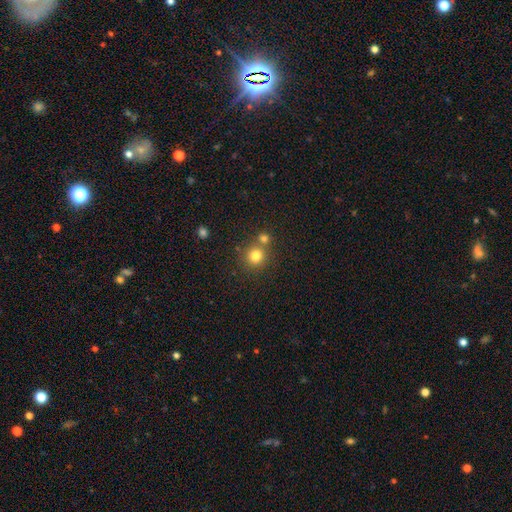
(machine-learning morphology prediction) This appears to be a smooth galaxy with no disk features (79%) that is round (92%). Merging: none (65%).